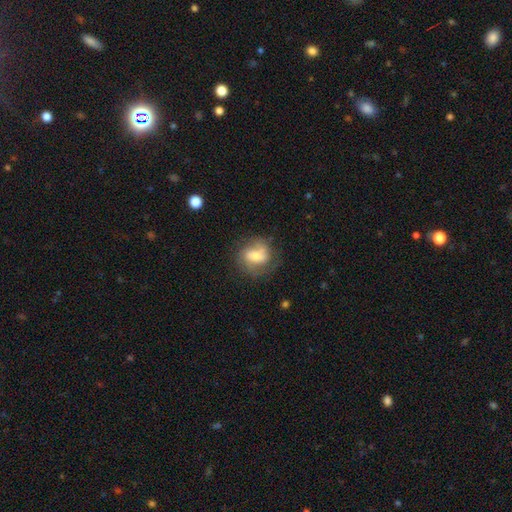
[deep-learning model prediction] Q: Smooth or featured?
A: featured or disk (56%); runner-up: smooth (36%)
Q: Edge-on disk?
A: no (96%); runner-up: yes (4%)
Q: Bar?
A: weak (44%); runner-up: no (35%)
Q: Spiral arms?
A: yes (82%); runner-up: no (18%)
Q: Bulge size?
A: moderate (51%); runner-up: small (35%)
Q: Merging?
A: none (64%); runner-up: minor disturbance (21%)